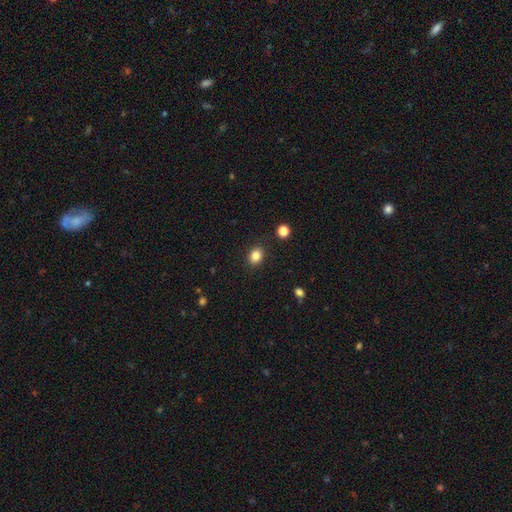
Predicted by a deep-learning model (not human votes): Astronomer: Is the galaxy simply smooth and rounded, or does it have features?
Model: smooth — 84%.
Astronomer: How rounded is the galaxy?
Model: in between — 50% (runner-up: round, 49%).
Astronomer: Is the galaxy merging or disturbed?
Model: none — 88%.